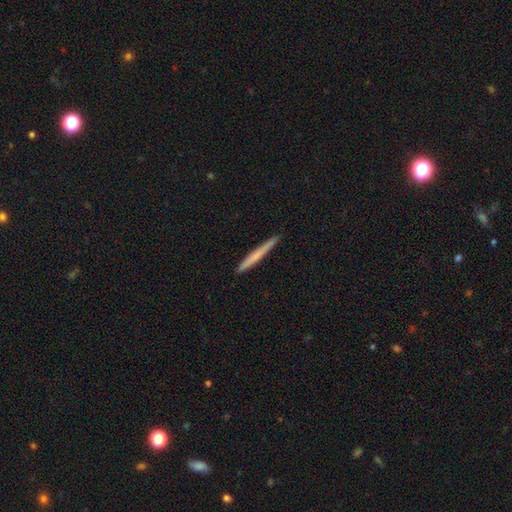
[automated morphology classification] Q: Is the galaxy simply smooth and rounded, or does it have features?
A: smooth — 58%.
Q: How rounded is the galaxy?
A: cigar-shaped — 97%.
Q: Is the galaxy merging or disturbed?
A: none — 92%.